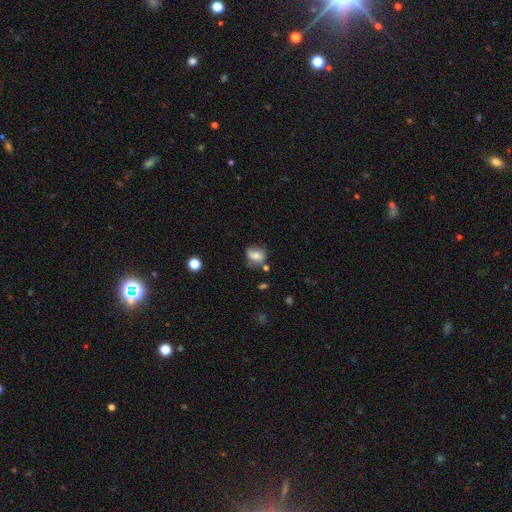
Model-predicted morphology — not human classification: smooth 59%, featured or disk 30%, star or artifact 11%. Down the decision tree: how rounded — in between (53%); merging — none (51%).